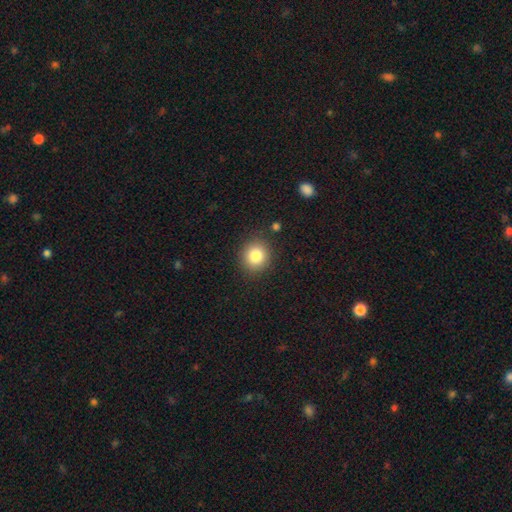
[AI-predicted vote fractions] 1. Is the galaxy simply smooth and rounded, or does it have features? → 83% smooth, 10% star or artifact, 7% featured or disk.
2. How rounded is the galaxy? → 86% round, 14% in between, 1% cigar-shaped.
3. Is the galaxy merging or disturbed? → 88% none, 8% minor disturbance, 3% major disturbance, 2% merger.